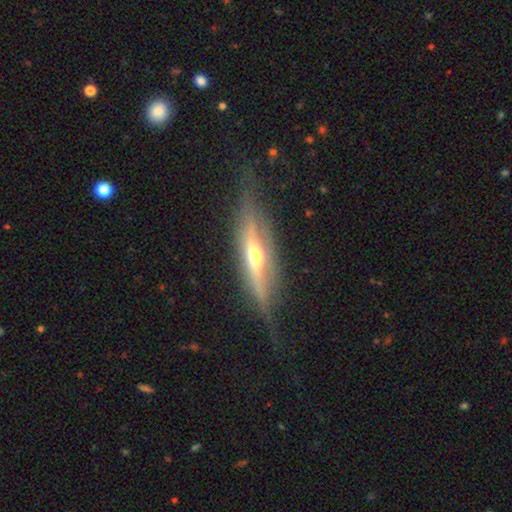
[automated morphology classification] Smooth or featured: featured or disk — 66% (smooth — 27%)
Edge-on disk: yes — 80% (no — 20%)
Edge-on bulge: rounded — 82% (boxy — 10%)
Merging: none — 67% (minor disturbance — 21%)